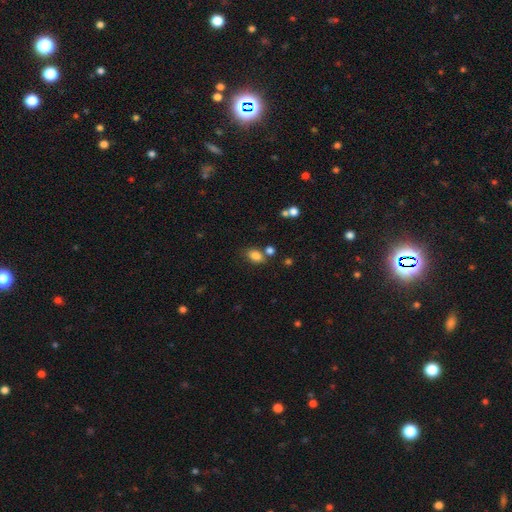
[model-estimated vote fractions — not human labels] Smooth or featured: smooth — 82% (star or artifact — 11%)
How rounded: in between — 80% (round — 18%)
Merging: none — 65% (minor disturbance — 16%)